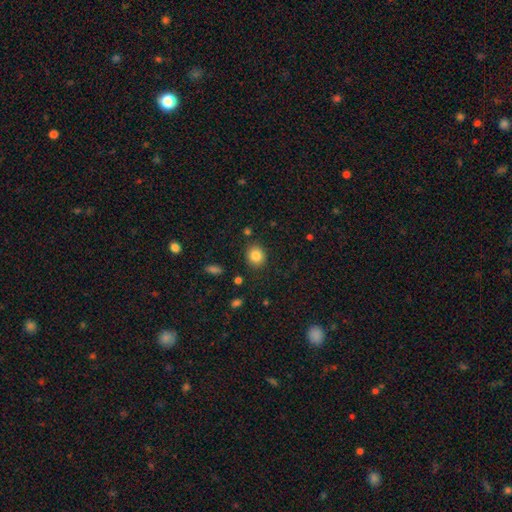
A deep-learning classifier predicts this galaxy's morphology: type=smooth (84%); roundness=round (81%); merging=none (87%).